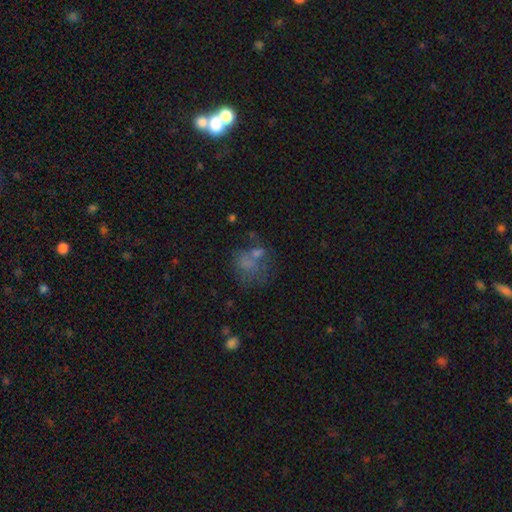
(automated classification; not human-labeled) This appears to be a smooth galaxy with no disk features (45%). Merging: none (45%).